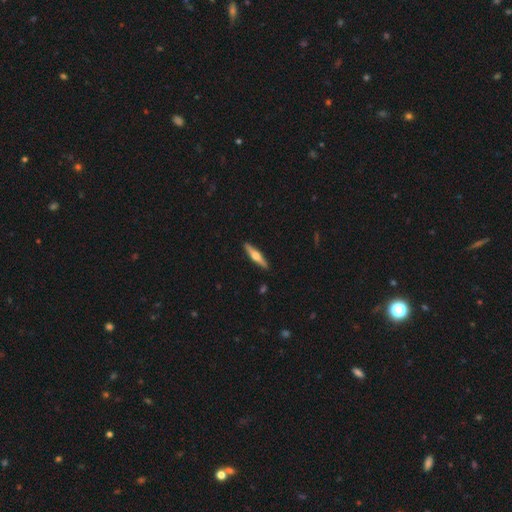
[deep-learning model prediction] This appears to be a featured or disk galaxy (58%) viewed edge-on (96%) with a rounded central bulge (93%). Merging: none (91%).